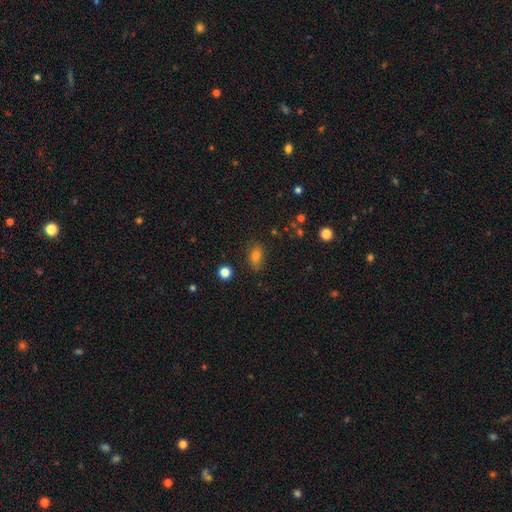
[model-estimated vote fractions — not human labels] smooth-or-featured: smooth: 79% | star or artifact: 14% | featured or disk: 8%
  how-rounded: in between: 79% | round: 17% | cigar-shaped: 3%
  merging: none: 77% | minor disturbance: 17% | major disturbance: 4% | merger: 2%